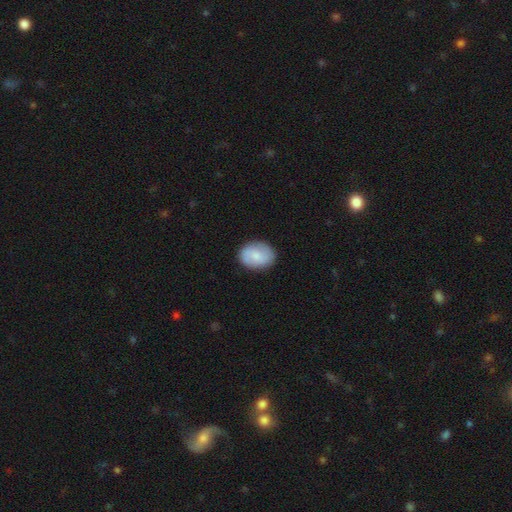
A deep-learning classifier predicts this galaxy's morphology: The model was most divided on "how rounded": in between: 67%, round: 32%, cigar-shaped: 1%. More confident: merging — none (84%); smooth or featured — smooth (68%).